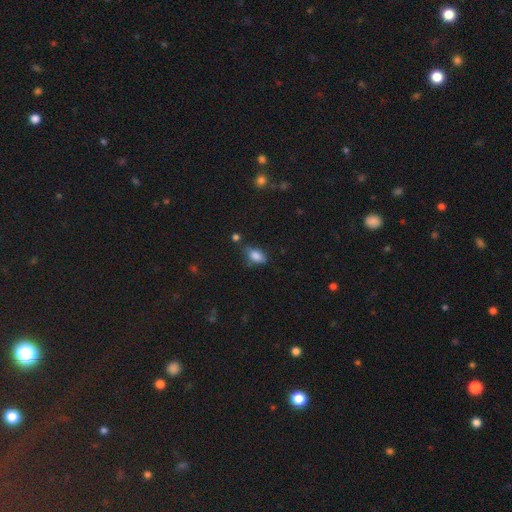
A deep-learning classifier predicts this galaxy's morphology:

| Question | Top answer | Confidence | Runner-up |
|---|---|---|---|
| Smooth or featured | smooth | 83% | star or artifact (9%) |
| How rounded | in between | 87% | round (9%) |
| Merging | none | 57% | minor disturbance (30%) |